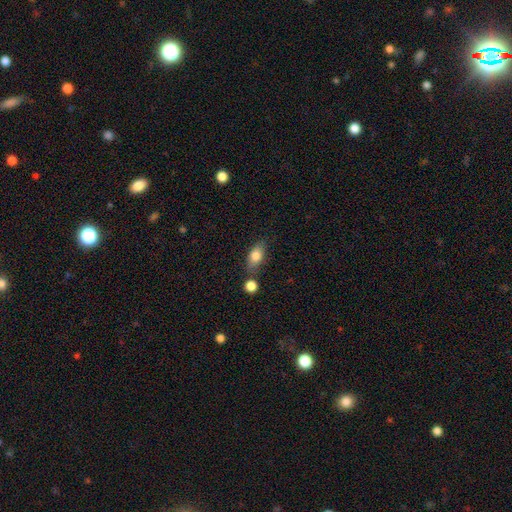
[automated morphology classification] smooth-or-featured: smooth: 78% | featured or disk: 14% | star or artifact: 8%
  how-rounded: in between: 82% | round: 10% | cigar-shaped: 9%
  merging: none: 68% | minor disturbance: 16% | merger: 11% | major disturbance: 4%